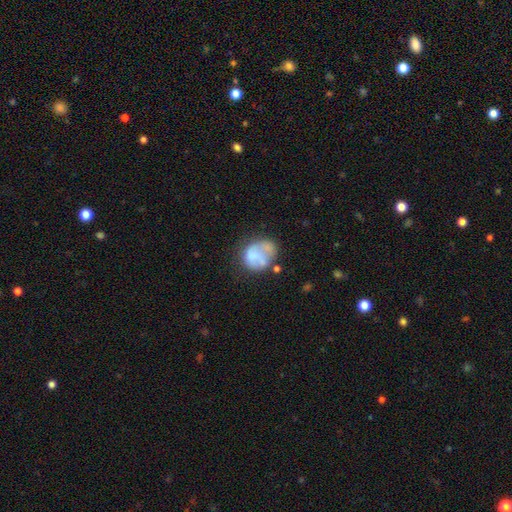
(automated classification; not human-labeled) A smooth galaxy with no disk features (58%) that is round (59%). Merging: none (39%).